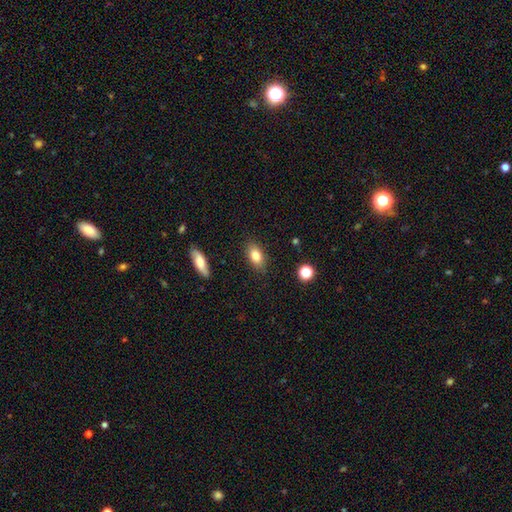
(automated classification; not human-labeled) Q: Smooth or featured?
A: smooth (82%); runner-up: featured or disk (10%)
Q: How rounded?
A: in between (85%); runner-up: round (11%)
Q: Merging?
A: none (86%); runner-up: minor disturbance (10%)